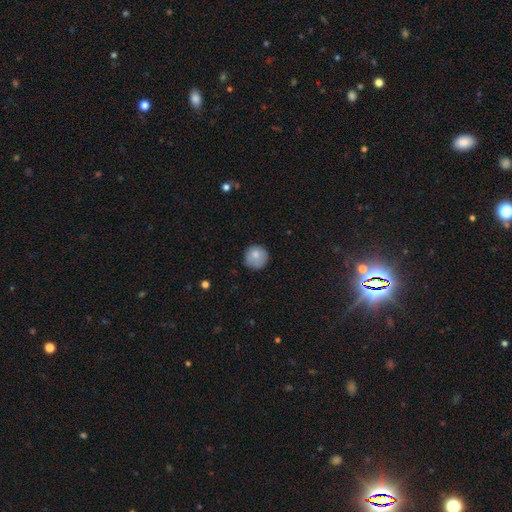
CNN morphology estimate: smooth 81%, featured or disk 11%, star or artifact 8%. Down the decision tree: how rounded — round (93%); merging — none (80%).